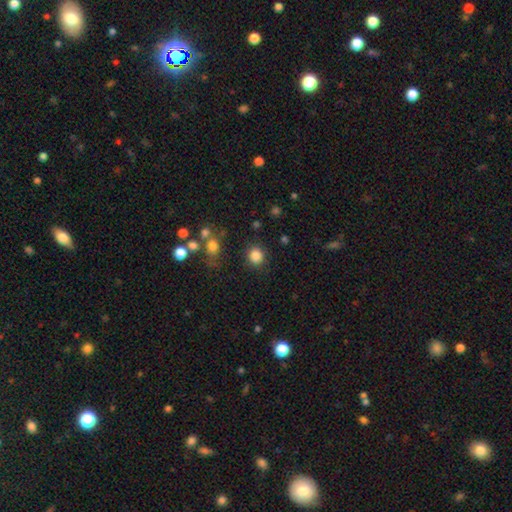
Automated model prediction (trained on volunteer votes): Smooth or featured? smooth (85%)
How rounded? round (86%)
Merging? none (86%)